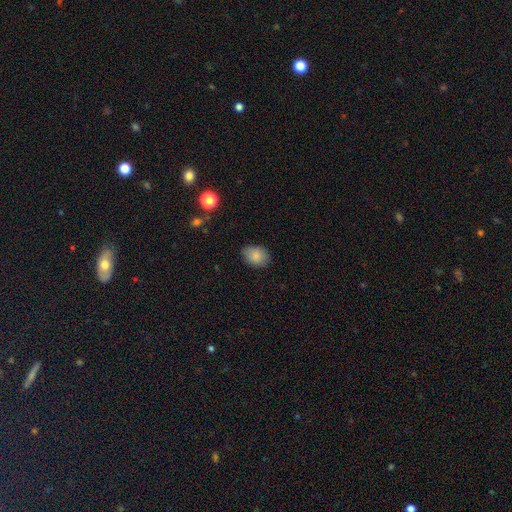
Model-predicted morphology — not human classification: A smooth galaxy with no disk features (85%) that is in between round and cigar-shaped (75%). Merging: none (82%).